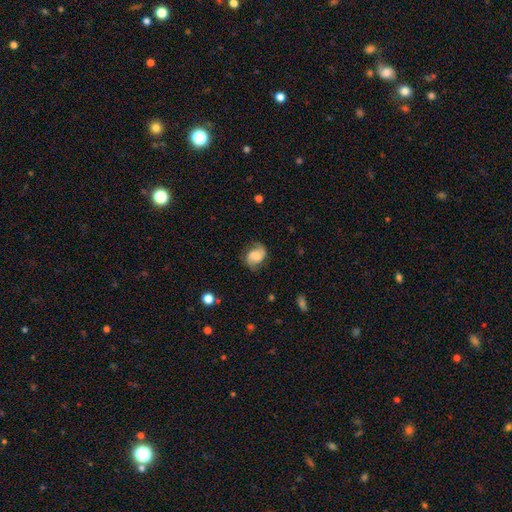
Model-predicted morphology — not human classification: A featured or disk galaxy (67%) with no bar (46%), 2 (89%) medium (44%) spiral arms (94%) and no central bulge (34%). Merging: none (72%).